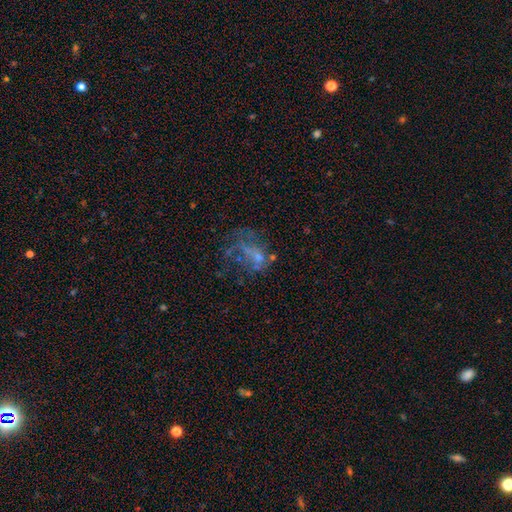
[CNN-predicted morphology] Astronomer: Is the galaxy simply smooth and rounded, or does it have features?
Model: featured or disk — 48% (runner-up: smooth, 31%).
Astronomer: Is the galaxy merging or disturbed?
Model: major disturbance — 41% (runner-up: none, 32%).